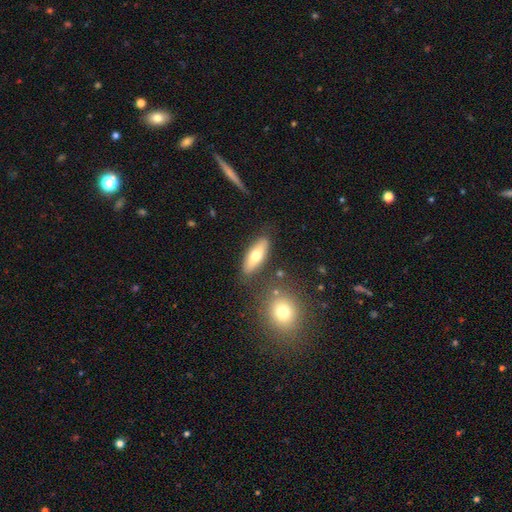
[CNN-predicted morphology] Smooth or featured?
  - smooth: 64% *
  - featured or disk: 29%
  - star or artifact: 6%
How rounded?
  - in between: 59% *
  - cigar-shaped: 38%
  - round: 3%
Merging?
  - none: 81% *
  - minor disturbance: 11%
  - merger: 5%
  - major disturbance: 3%